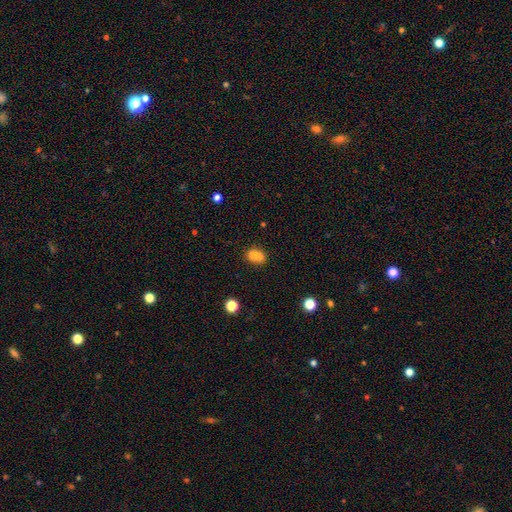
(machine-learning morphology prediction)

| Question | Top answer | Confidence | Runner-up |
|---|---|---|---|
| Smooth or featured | smooth | 74% | featured or disk (15%) |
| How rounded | in between | 55% | round (43%) |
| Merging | merger | 48% | none (38%) |